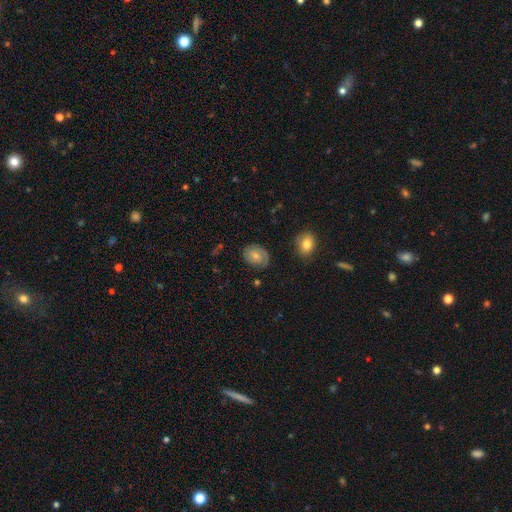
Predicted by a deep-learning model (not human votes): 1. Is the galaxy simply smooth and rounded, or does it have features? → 50% smooth, 41% featured or disk, 9% star or artifact.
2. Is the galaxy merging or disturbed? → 75% none, 18% minor disturbance, 5% major disturbance, 2% merger.